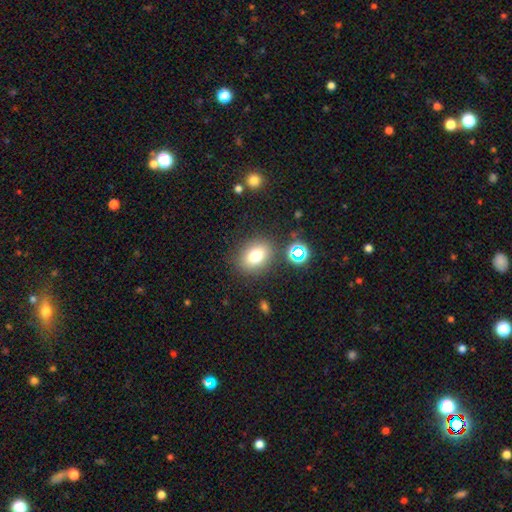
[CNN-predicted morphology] smooth 76%, star or artifact 14%, featured or disk 11%. Down the decision tree: how rounded — in between (60%); merging — none (82%).